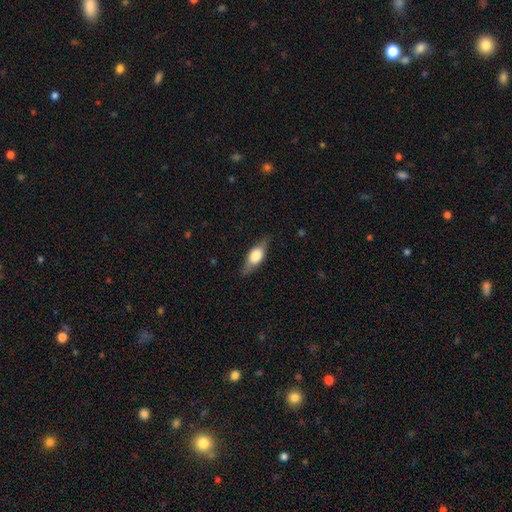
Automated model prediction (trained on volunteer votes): A smooth galaxy with no disk features (58%) that is in between round and cigar-shaped (72%). Merging: none (81%).